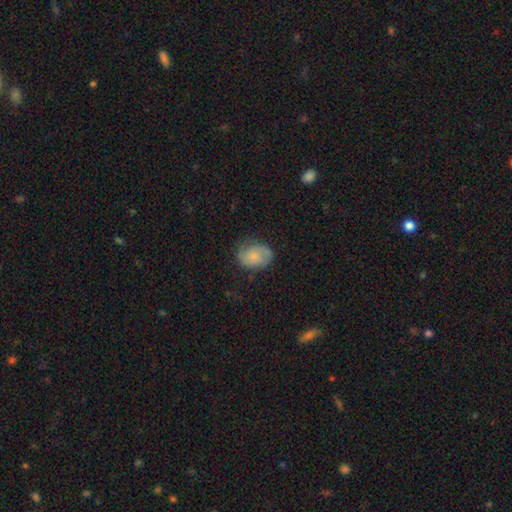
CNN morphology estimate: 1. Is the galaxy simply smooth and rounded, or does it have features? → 51% smooth, 41% featured or disk, 8% star or artifact.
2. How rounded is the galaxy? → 68% in between, 31% round, 1% cigar-shaped.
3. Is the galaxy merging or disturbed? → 69% none, 22% minor disturbance, 8% major disturbance, 1% merger.